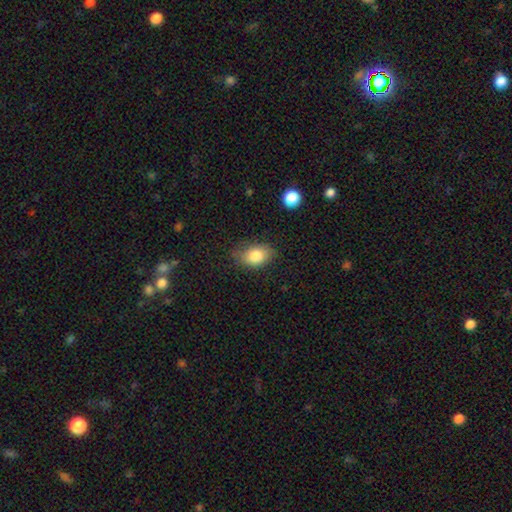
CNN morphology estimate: Q: Smooth or featured?
A: smooth (83%); runner-up: featured or disk (9%)
Q: How rounded?
A: in between (82%); runner-up: round (17%)
Q: Merging?
A: none (75%); runner-up: minor disturbance (19%)